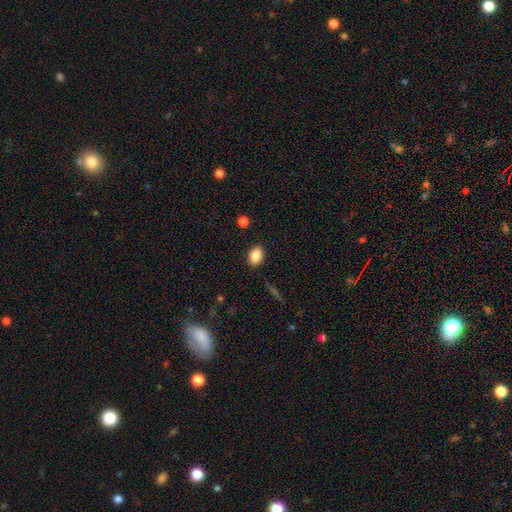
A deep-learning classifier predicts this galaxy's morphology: Q: Smooth or featured?
A: smooth (87%); runner-up: star or artifact (8%)
Q: How rounded?
A: in between (82%); runner-up: round (17%)
Q: Merging?
A: none (87%); runner-up: minor disturbance (9%)